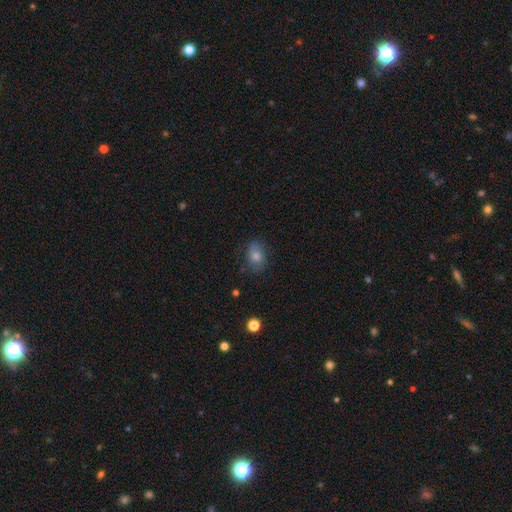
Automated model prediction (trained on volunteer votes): Smooth or featured: smooth — 62% (featured or disk — 22%)
How rounded: in between — 71% (round — 27%)
Merging: none — 75% (minor disturbance — 18%)